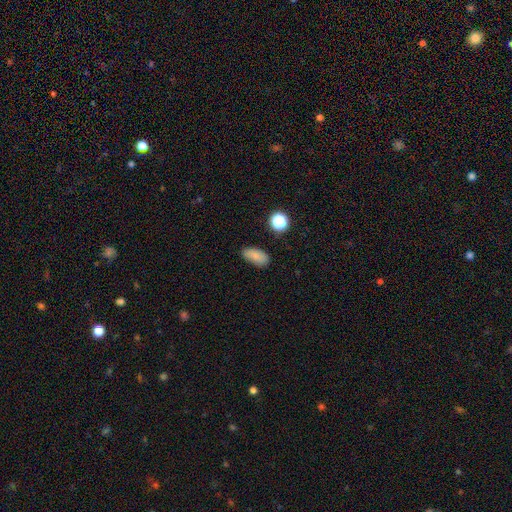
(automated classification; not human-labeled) A smooth galaxy with no disk features (83%) that is in between round and cigar-shaped (89%). Merging: none (81%).